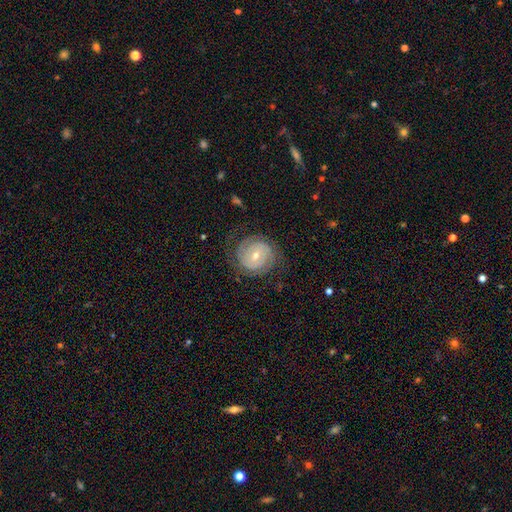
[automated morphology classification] smooth-or-featured: featured or disk: 82% | smooth: 12% | star or artifact: 6%
  disk-edge-on: no: 98% | yes: 2%
    bar: weak: 45% | no: 43% | strong: 12%
    has-spiral-arms: yes: 95% | no: 5%
      spiral-winding: tight: 76% | medium: 19% | loose: 5%
      spiral-arm-count: 2: 54% | can't tell: 22% | 3: 12% | 4: 5% | 1: 4% | more than 4: 4%
    bulge-size: small: 57% | moderate: 40% | large: 1% | none: 1% | dominant: 1%
  merging: none: 76% | minor disturbance: 15% | major disturbance: 9% | merger: 1%